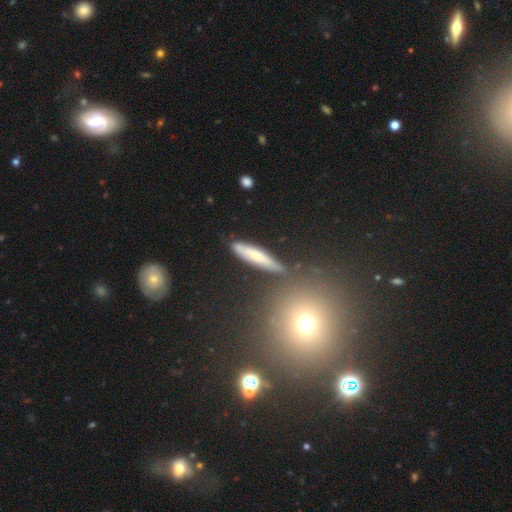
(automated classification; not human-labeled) Q: Smooth or featured?
A: smooth (55%); runner-up: featured or disk (36%)
Q: How rounded?
A: cigar-shaped (83%); runner-up: in between (14%)
Q: Merging?
A: none (76%); runner-up: minor disturbance (15%)